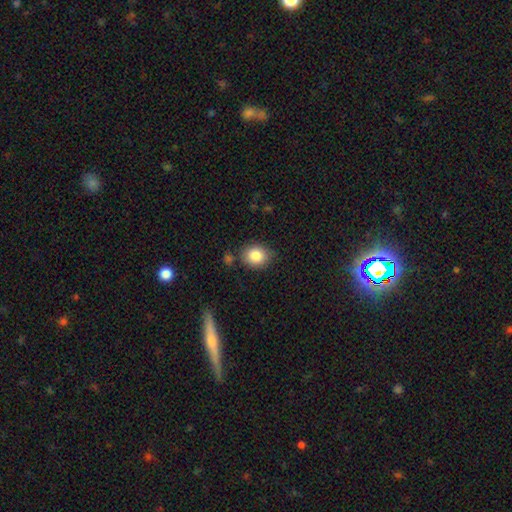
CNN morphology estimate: Smooth or featured? Predicted: smooth (p=0.85). How rounded? Predicted: round (p=0.61). Merging? Predicted: none (p=0.78).